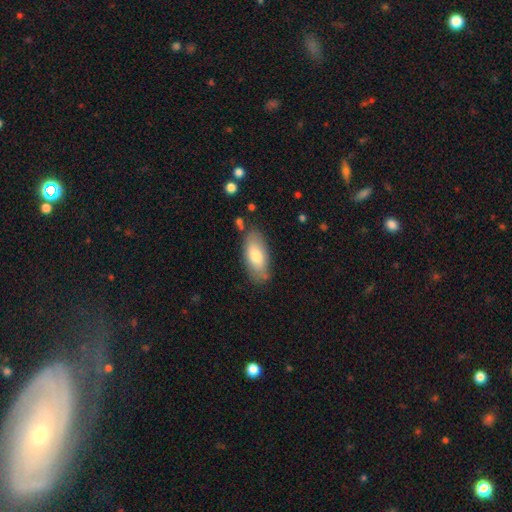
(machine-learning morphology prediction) Q: Smooth or featured?
A: smooth (75%); runner-up: featured or disk (19%)
Q: How rounded?
A: in between (89%); runner-up: cigar-shaped (9%)
Q: Merging?
A: none (78%); runner-up: minor disturbance (16%)